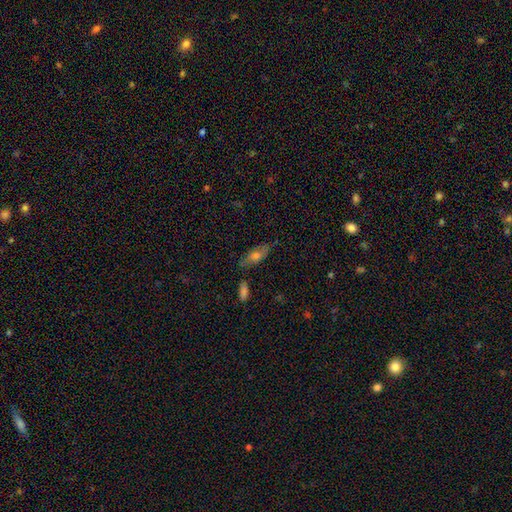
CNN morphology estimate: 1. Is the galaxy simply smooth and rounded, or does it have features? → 58% smooth, 33% featured or disk, 9% star or artifact.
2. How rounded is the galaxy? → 70% in between, 26% cigar-shaped, 4% round.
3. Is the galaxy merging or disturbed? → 73% none, 18% minor disturbance, 5% merger, 5% major disturbance.